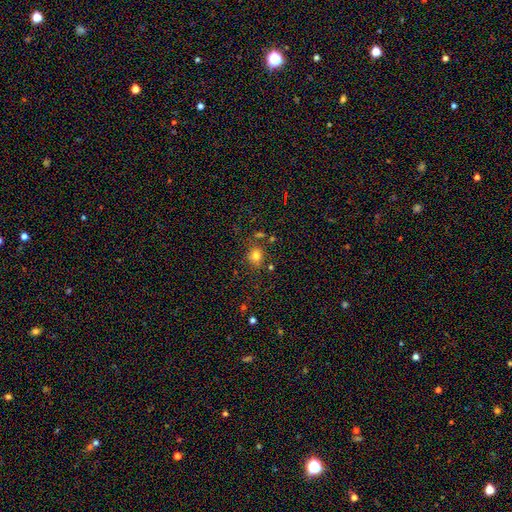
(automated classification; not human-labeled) Smooth or featured?
  - smooth: 79% *
  - star or artifact: 14%
  - featured or disk: 7%
How rounded?
  - round: 74% *
  - in between: 25%
  - cigar-shaped: 1%
Merging?
  - none: 76% *
  - minor disturbance: 13%
  - merger: 7%
  - major disturbance: 4%